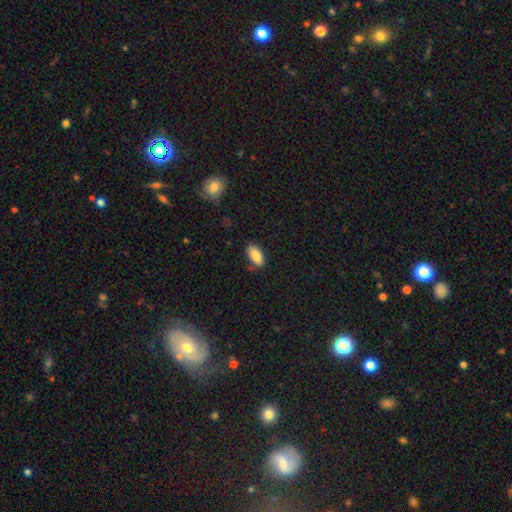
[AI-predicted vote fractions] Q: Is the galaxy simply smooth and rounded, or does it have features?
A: smooth — 85%.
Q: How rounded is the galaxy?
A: in between — 93%.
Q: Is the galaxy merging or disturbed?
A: none — 82%.